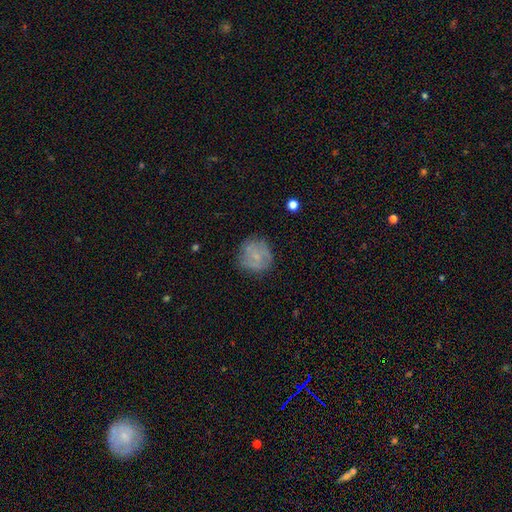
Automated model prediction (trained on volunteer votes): A smooth galaxy with no disk features (54%) that is round (88%).

Vote fractions:
- Smooth or featured? smooth: 54% / featured or disk: 37% / star or artifact: 9%
- How rounded? round: 88% / in between: 11% / cigar-shaped: 1%
- Merging? none: 73% / minor disturbance: 18% / major disturbance: 7% / merger: 2%